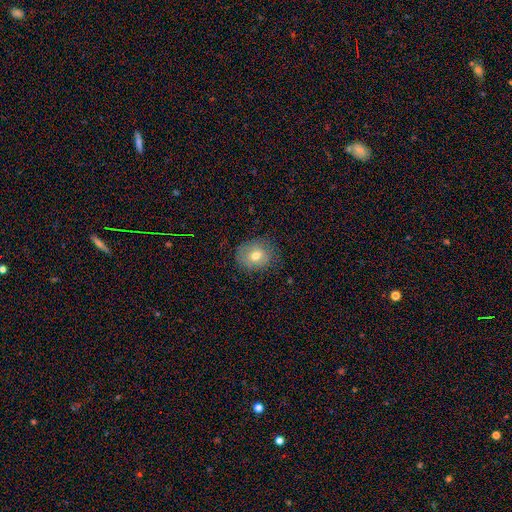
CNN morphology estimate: type=smooth (72%); roundness=round (64%); merging=none (79%).